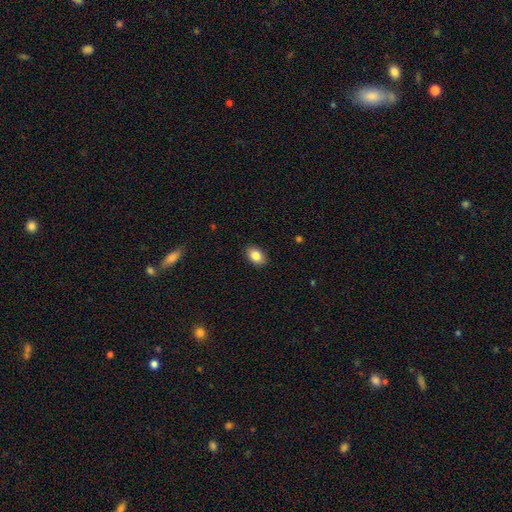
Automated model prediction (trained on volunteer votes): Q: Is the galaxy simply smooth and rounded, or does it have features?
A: smooth — 85%.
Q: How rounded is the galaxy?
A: in between — 86%.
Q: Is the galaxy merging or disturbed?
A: none — 89%.